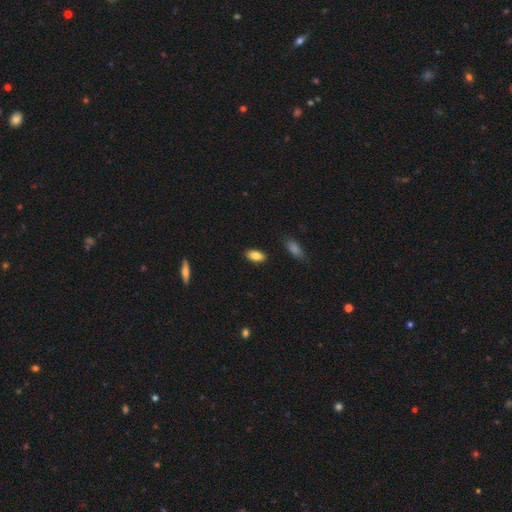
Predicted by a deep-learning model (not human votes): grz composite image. It shows a smooth galaxy with no disk features (84%) that is in between round and cigar-shaped (91%). Merging: none (88%).